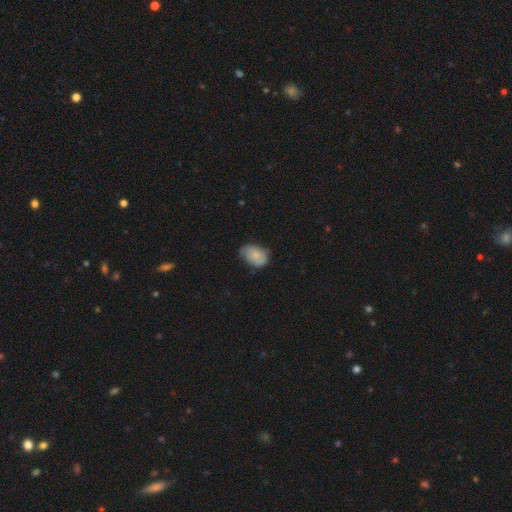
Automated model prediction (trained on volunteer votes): This is likely a smooth galaxy (77%). How rounded: clearly in between (82%). Merging: possibly none (55%).